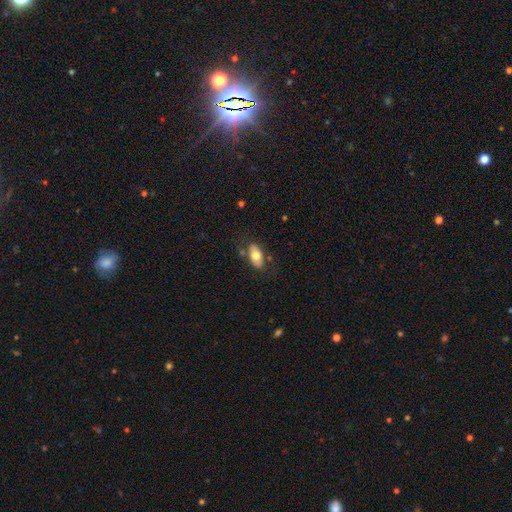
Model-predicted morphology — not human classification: Smooth or featured: smooth — 72% (featured or disk — 22%)
How rounded: in between — 92% (round — 4%)
Merging: none — 74% (minor disturbance — 16%)